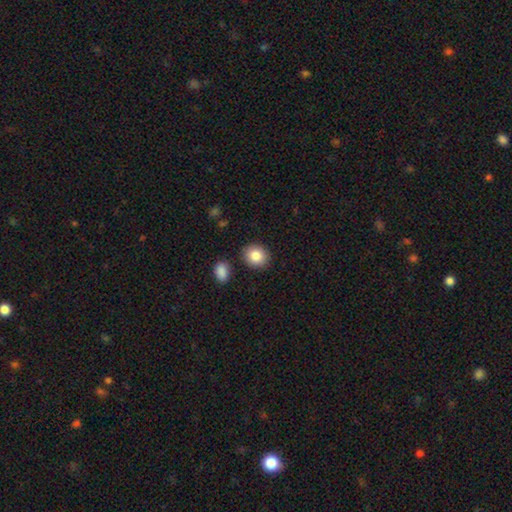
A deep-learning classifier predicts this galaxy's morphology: Overall: smooth (85%). How rounded: round (74%). Merging: none (86%).